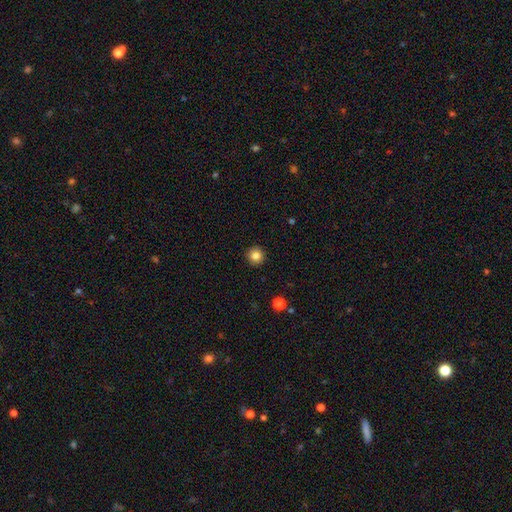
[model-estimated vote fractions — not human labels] smooth_or_featured: smooth (p=0.84) [alt: star or artifact p=0.11]
how_rounded: round (p=0.95) [alt: in between p=0.04]
merging: none (p=0.93) [alt: minor disturbance p=0.05]